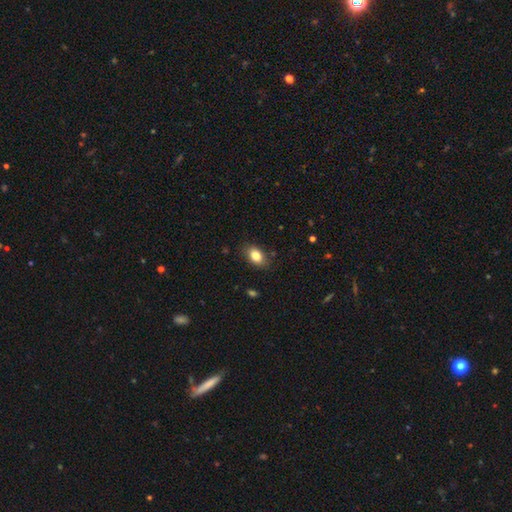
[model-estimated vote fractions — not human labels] Q: Smooth or featured?
A: smooth (83%); runner-up: featured or disk (9%)
Q: How rounded?
A: in between (86%); runner-up: round (12%)
Q: Merging?
A: none (84%); runner-up: minor disturbance (12%)